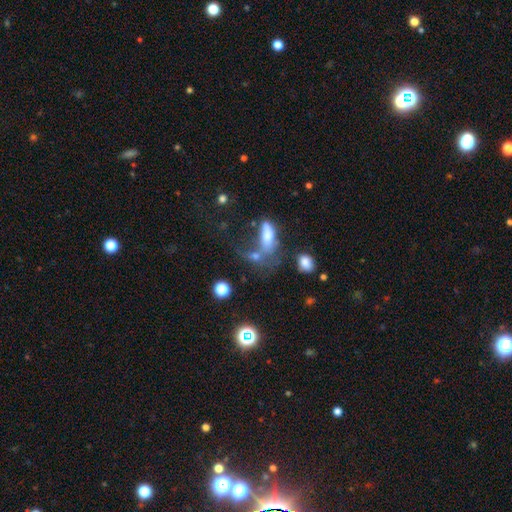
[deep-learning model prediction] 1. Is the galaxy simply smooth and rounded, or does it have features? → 47% smooth, 29% featured or disk, 24% star or artifact.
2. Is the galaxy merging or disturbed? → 29% major disturbance (tied), 29% merger (tied), 26% none, 16% minor disturbance.